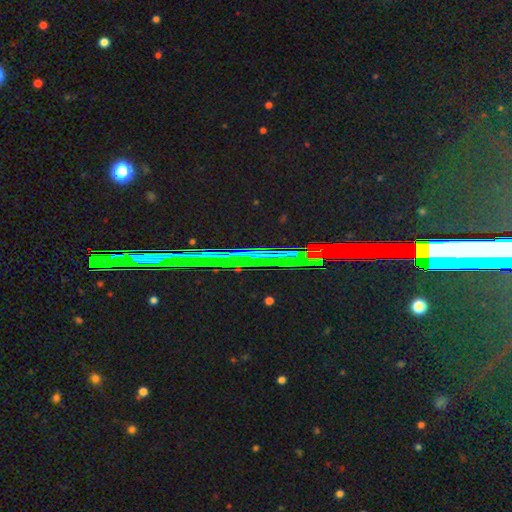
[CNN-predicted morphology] Smooth or featured? star or artifact (86%)